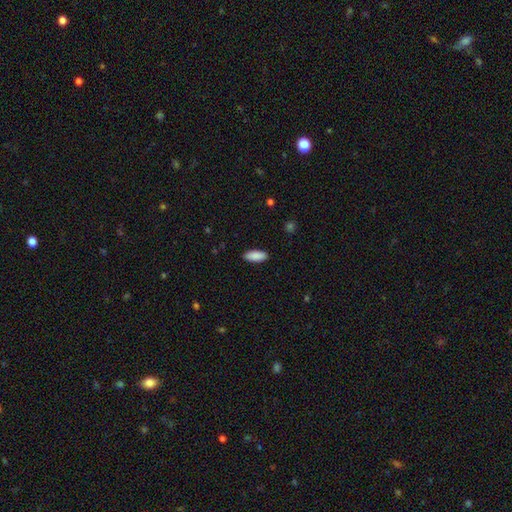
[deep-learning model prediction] Overall: smooth (90%). How rounded: in between (81%). Merging: none (90%).